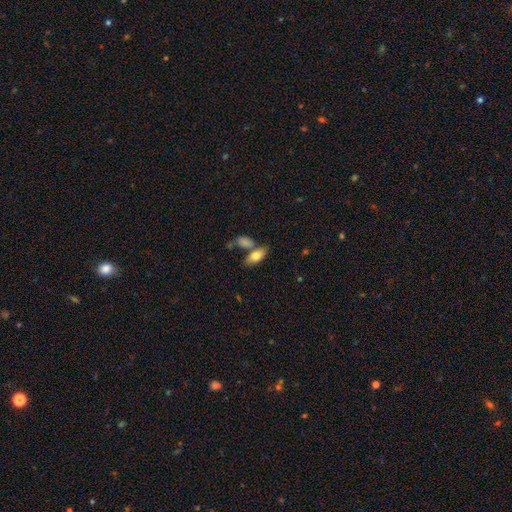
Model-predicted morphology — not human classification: Overall: smooth (75%). How rounded: in between (86%). Merging: none (55%; merger 26%).